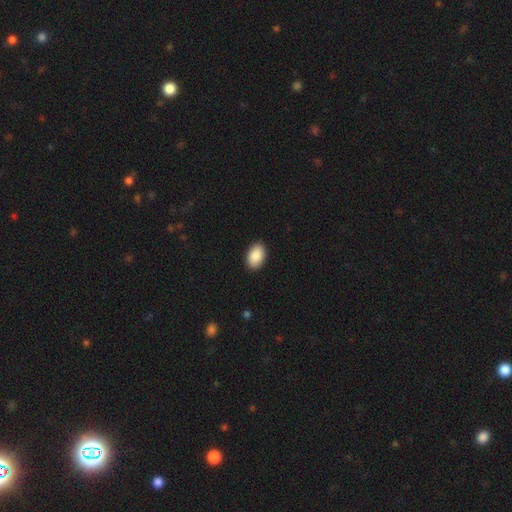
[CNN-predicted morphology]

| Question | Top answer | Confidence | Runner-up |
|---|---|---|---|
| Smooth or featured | smooth | 90% | star or artifact (6%) |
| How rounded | in between | 91% | round (8%) |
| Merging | none | 91% | minor disturbance (7%) |